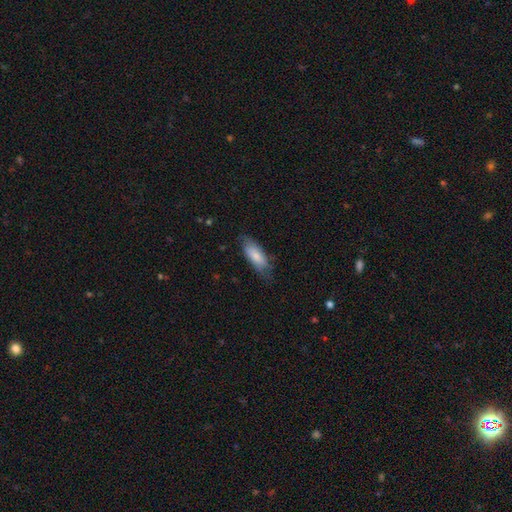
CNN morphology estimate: Smooth or featured? smooth (75%)
How rounded? in between (75%)
Merging? none (63%)